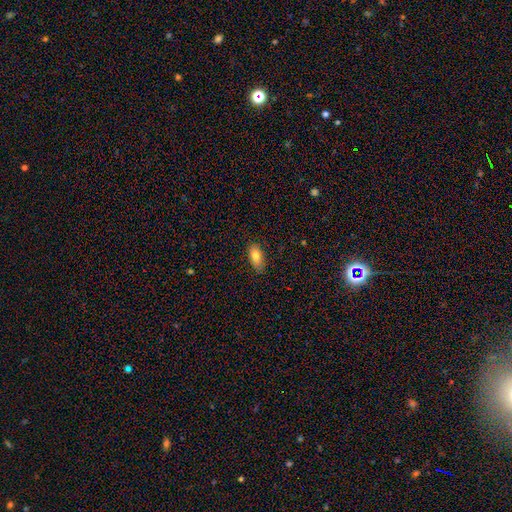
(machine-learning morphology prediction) A smooth galaxy with no disk features (80%) that is in between round and cigar-shaped (89%). Merging: none (81%).